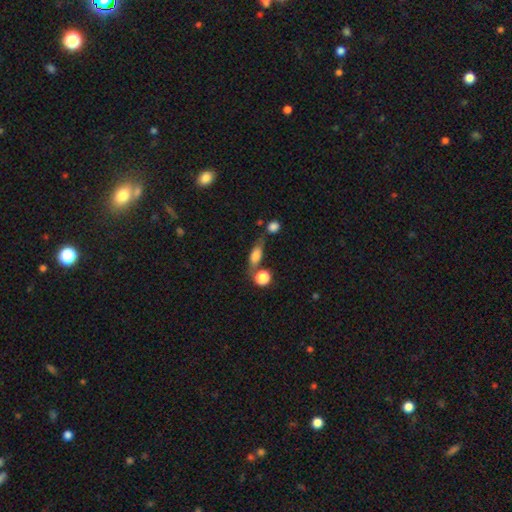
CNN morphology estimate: Smooth or featured? smooth (65%)
How rounded? in between (59%)
Merging? none (58%)